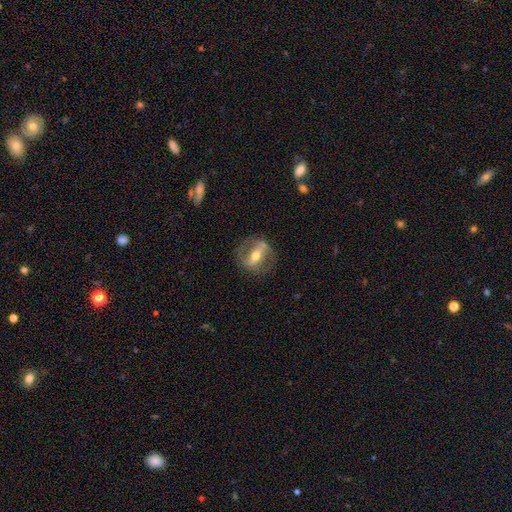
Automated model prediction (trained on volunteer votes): Overall: featured or disk (72%). Edge-on disk: no (89%). Bar: strong (55%; weak 30%). Spiral arms: yes (63%; no 37%). Bulge size: moderate (70%). Merging: none (73%).